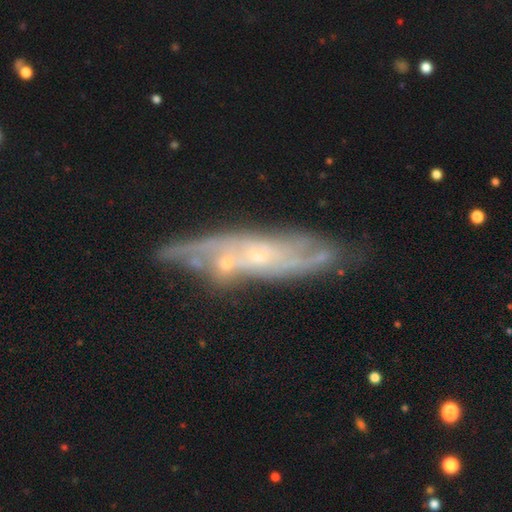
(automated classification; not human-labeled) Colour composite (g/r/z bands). It shows a featured or disk galaxy (77%) with no bar (72%), spiral arms (83%) and a small central bulge (77%). Merging: none (68%).